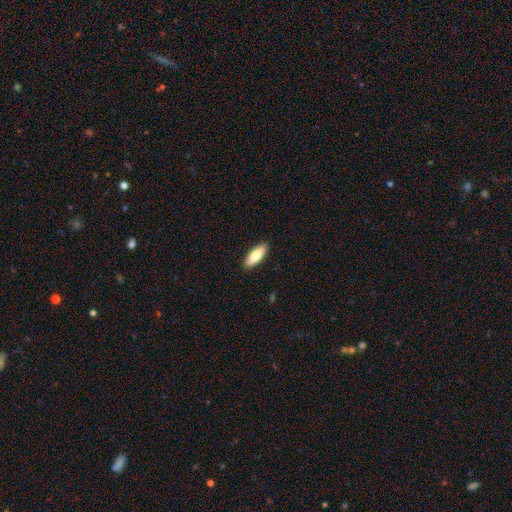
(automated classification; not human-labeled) A smooth galaxy with no disk features (79%) that is in between round and cigar-shaped (67%).

Vote fractions:
- Smooth or featured? smooth: 79% / featured or disk: 15% / star or artifact: 6%
- How rounded? in between: 67% / cigar-shaped: 31% / round: 2%
- Merging? none: 90% / minor disturbance: 7% / major disturbance: 2% / merger: 1%